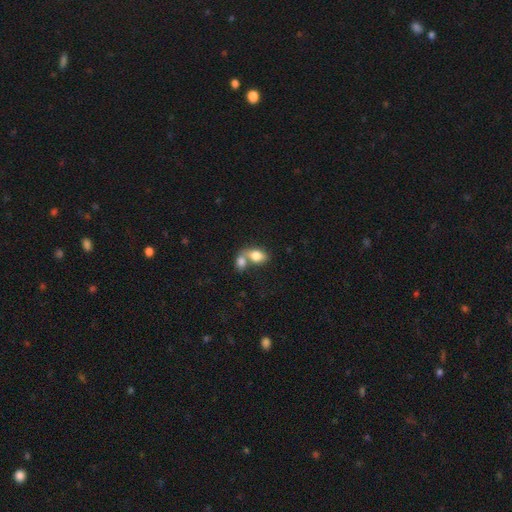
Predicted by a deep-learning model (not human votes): Morphology: type=smooth (79%); roundness=in between (81%); merging=merger (69%).